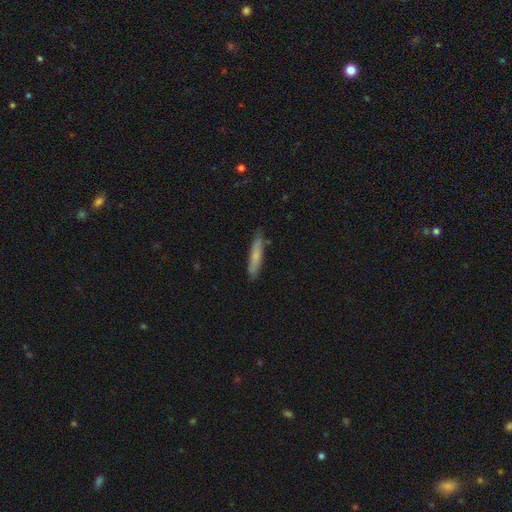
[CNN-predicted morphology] This is likely a smooth galaxy (68%). How rounded: clearly cigar-shaped (89%). Merging: clearly none (82%).